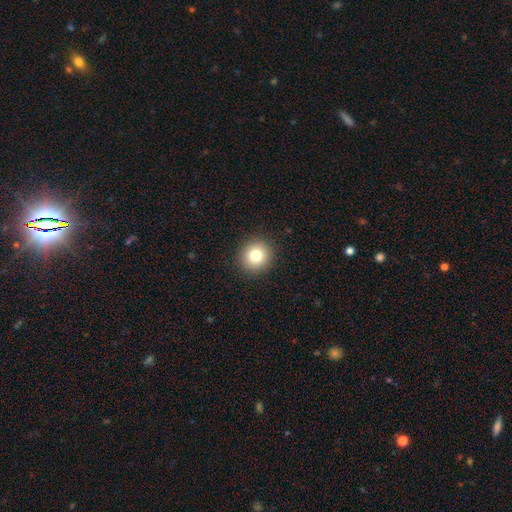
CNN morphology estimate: The model was most divided on "smooth or featured": smooth: 80%, star or artifact: 12%, featured or disk: 8%. More confident: merging — none (91%); how rounded — round (91%).